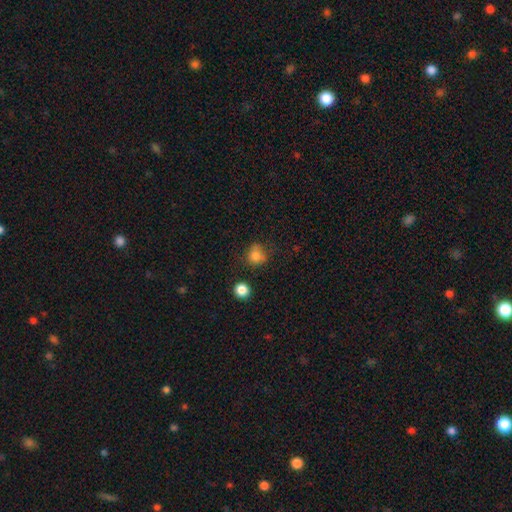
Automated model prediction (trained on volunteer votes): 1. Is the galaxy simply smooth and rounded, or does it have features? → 78% smooth, 14% star or artifact, 8% featured or disk.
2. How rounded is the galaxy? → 73% round, 26% in between, 1% cigar-shaped.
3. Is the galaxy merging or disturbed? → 56% none, 25% minor disturbance, 12% major disturbance, 6% merger.